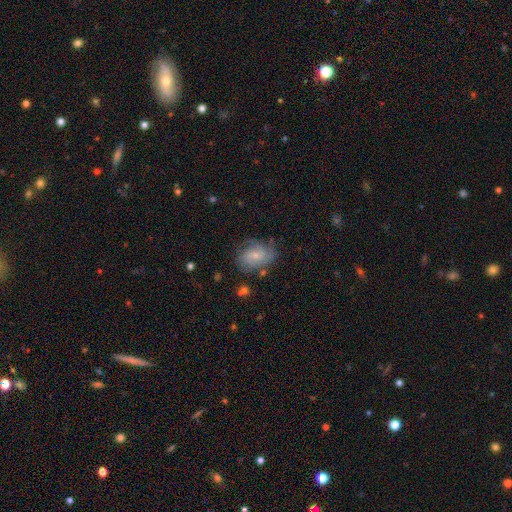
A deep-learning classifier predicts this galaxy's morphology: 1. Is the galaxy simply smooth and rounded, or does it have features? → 60% featured or disk, 32% smooth, 8% star or artifact.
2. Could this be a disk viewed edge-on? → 97% no, 3% yes.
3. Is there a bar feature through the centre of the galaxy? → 54% no, 39% weak, 7% strong.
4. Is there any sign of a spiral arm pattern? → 86% yes, 14% no.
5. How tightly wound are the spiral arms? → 41% medium, 39% tight, 19% loose.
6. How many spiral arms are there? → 34% 2, 33% can't tell, 18% 3, 6% 1, 5% 4, 4% more than 4.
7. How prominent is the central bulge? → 65% small, 26% moderate, 6% none, 2% large, 1% dominant.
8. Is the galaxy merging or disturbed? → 64% none, 23% minor disturbance, 10% major disturbance, 3% merger.